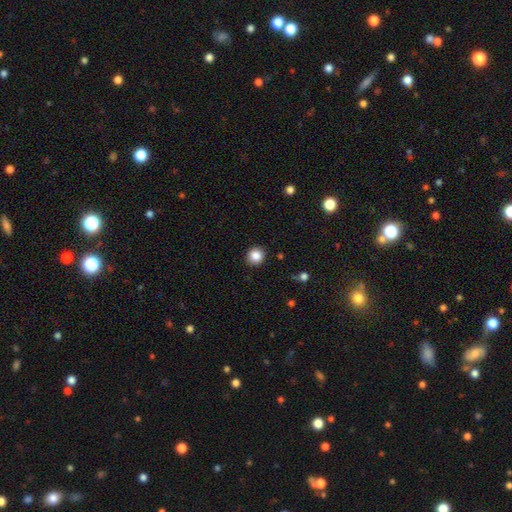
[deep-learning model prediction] Overall: smooth (86%). How rounded: round (91%). Merging: none (90%).